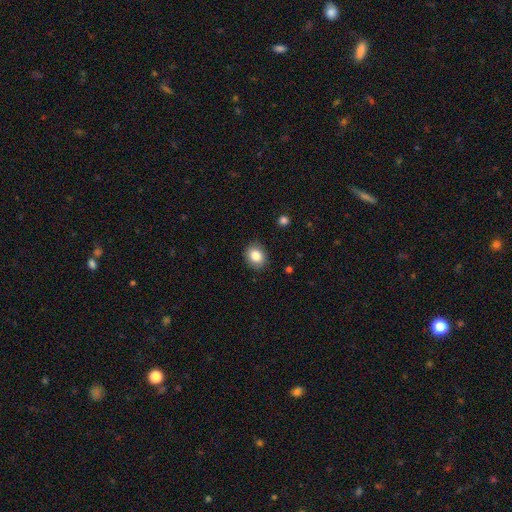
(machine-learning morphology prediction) Q: Smooth or featured?
A: smooth (84%); runner-up: star or artifact (9%)
Q: How rounded?
A: round (62%); runner-up: in between (37%)
Q: Merging?
A: none (88%); runner-up: minor disturbance (9%)